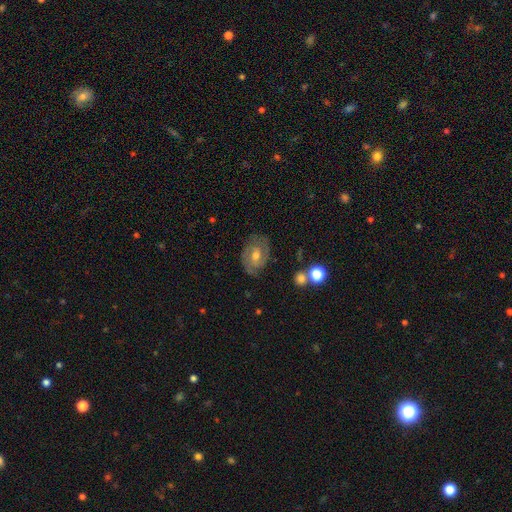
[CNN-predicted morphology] Smooth or featured: featured or disk — 75% (smooth — 16%)
Edge-on disk: no — 97% (yes — 3%)
Bar: no — 53% (weak — 39%)
Spiral arms: yes — 89% (no — 11%)
Spiral winding: tight — 55% (medium — 37%)
Spiral arm count: 2 — 71% (can't tell — 17%)
Bulge size: moderate — 70% (small — 23%)
Merging: none — 79% (minor disturbance — 14%)